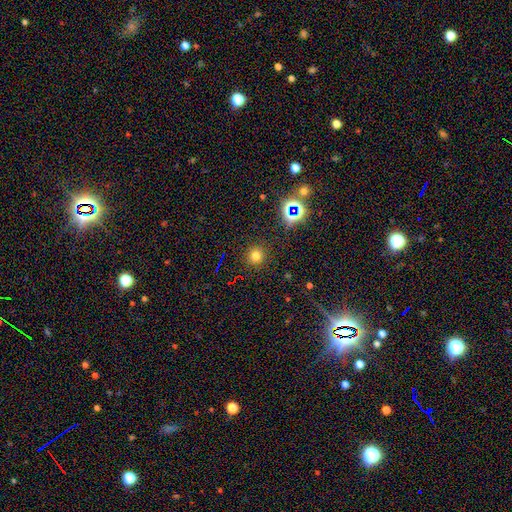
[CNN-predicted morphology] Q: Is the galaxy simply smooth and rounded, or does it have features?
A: smooth — 69%.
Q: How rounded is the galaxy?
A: round — 94%.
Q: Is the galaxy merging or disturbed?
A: none — 90%.